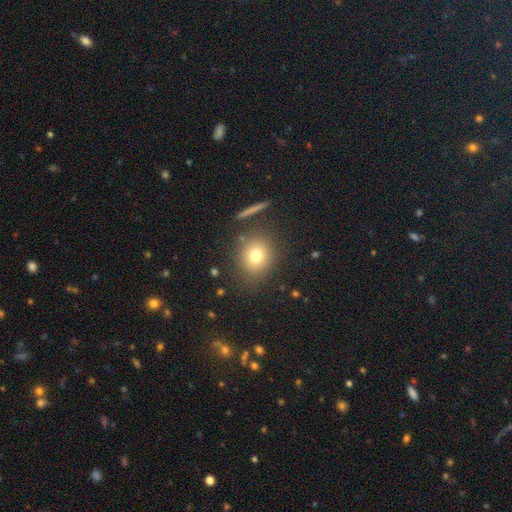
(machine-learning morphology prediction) smooth-or-featured: smooth: 75% | star or artifact: 13% | featured or disk: 12%
  how-rounded: round: 78% | in between: 21% | cigar-shaped: 1%
  merging: none: 82% | minor disturbance: 9% | major disturbance: 4% | merger: 4%